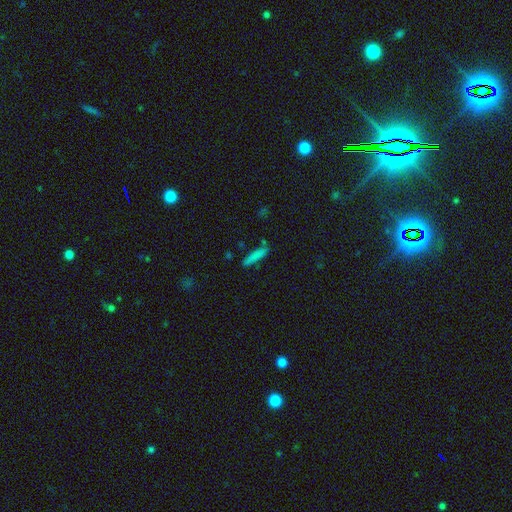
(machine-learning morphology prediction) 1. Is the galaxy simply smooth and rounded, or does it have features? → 80% smooth, 11% featured or disk, 9% star or artifact.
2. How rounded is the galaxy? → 86% cigar-shaped, 12% in between, 2% round.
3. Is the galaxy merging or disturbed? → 79% none, 13% minor disturbance, 5% merger, 3% major disturbance.